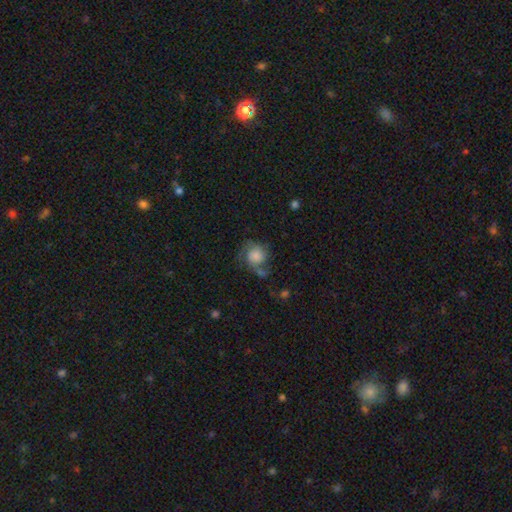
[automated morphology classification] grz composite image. It shows a featured or disk galaxy (48%). Merging: none (47%).